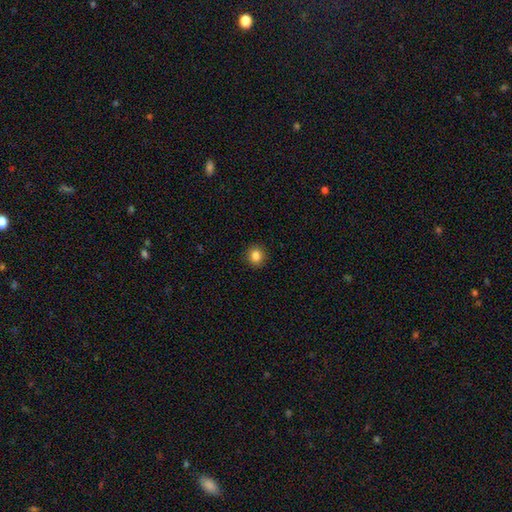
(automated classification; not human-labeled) Smooth or featured?
  - smooth: 85% *
  - star or artifact: 10%
  - featured or disk: 5%
How rounded?
  - round: 87% *
  - in between: 12%
  - cigar-shaped: 1%
Merging?
  - none: 92% *
  - minor disturbance: 6%
  - major disturbance: 2%
  - merger: 1%